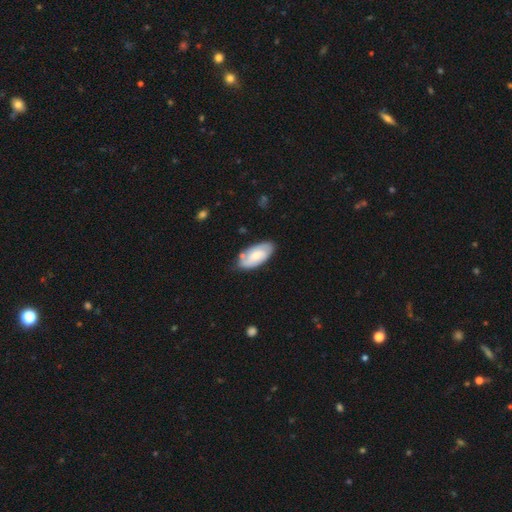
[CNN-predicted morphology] A featured or disk galaxy (50%).

Vote fractions:
- Smooth or featured? featured or disk: 50% / smooth: 45% / star or artifact: 6%
- Merging? none: 74% / minor disturbance: 19% / major disturbance: 4% / merger: 3%